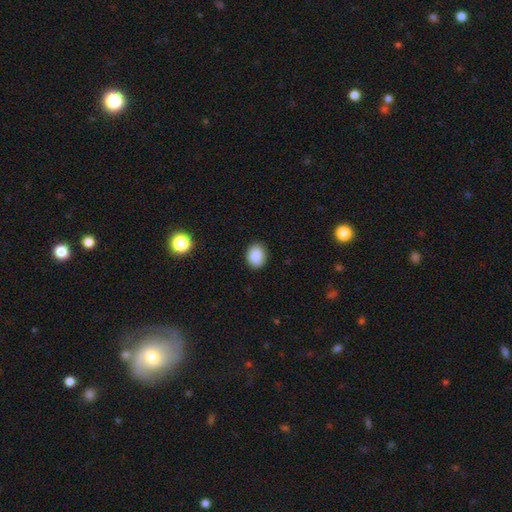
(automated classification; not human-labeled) Smooth or featured? Predicted: smooth (p=0.88). How rounded? Predicted: in between (p=0.51). Merging? Predicted: none (p=0.87).